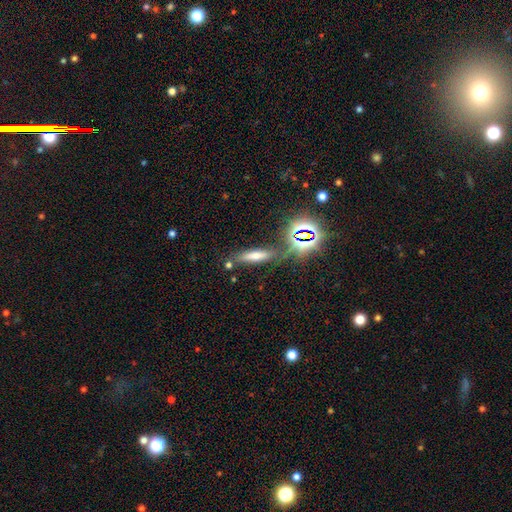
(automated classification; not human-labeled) smooth-or-featured: smooth: 49% | star or artifact: 28% | featured or disk: 23%
  merging: none: 73% | minor disturbance: 13% | merger: 9% | major disturbance: 5%